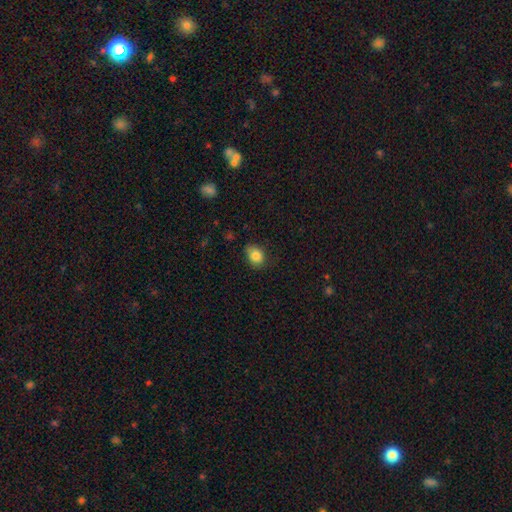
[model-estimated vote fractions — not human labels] A smooth galaxy with no disk features (84%) that is in between round and cigar-shaped (58%).

Vote fractions:
- Smooth or featured? smooth: 84% / star or artifact: 9% / featured or disk: 6%
- How rounded? in between: 58% / round: 41% / cigar-shaped: 1%
- Merging? none: 69% / minor disturbance: 25% / major disturbance: 5% / merger: 1%